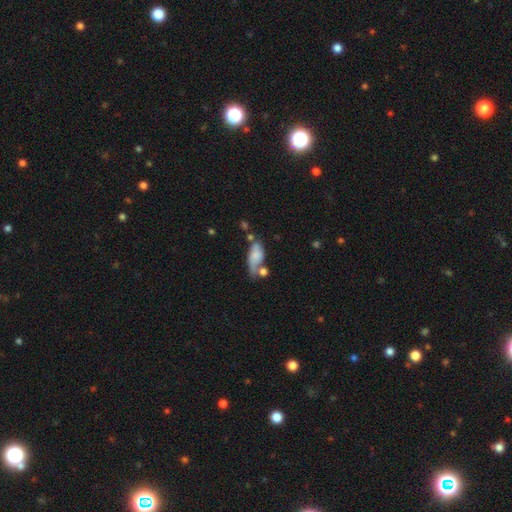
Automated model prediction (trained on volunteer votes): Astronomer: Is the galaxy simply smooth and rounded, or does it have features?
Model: smooth — 64%.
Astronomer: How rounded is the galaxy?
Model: in between — 84%.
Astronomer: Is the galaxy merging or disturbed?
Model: none — 30% (runner-up: merger, 26%).